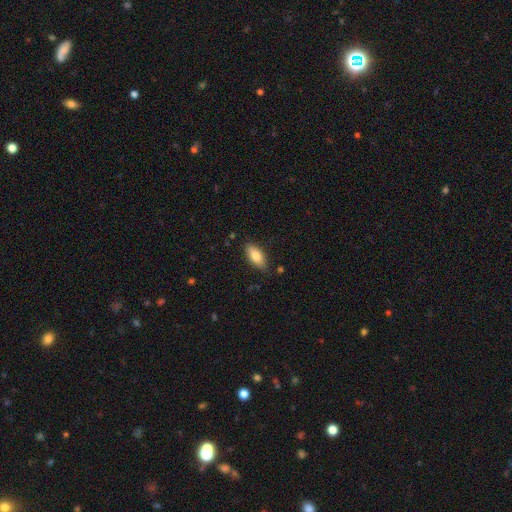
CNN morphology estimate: Smooth or featured?
  - smooth: 83% *
  - featured or disk: 10%
  - star or artifact: 7%
How rounded?
  - in between: 86% *
  - cigar-shaped: 11%
  - round: 2%
Merging?
  - none: 82% *
  - minor disturbance: 14%
  - major disturbance: 2%
  - merger: 1%